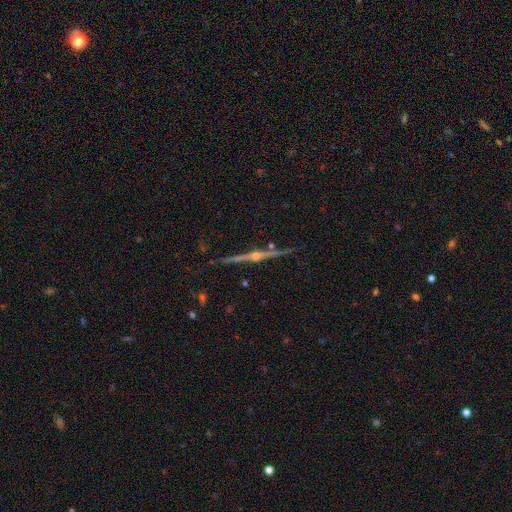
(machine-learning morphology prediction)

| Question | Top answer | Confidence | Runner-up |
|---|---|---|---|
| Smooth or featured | featured or disk | 89% | star or artifact (6%) |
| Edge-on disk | yes | 98% | no (2%) |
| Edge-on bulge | rounded | 93% | boxy (3%) |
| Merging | none | 89% | minor disturbance (8%) |